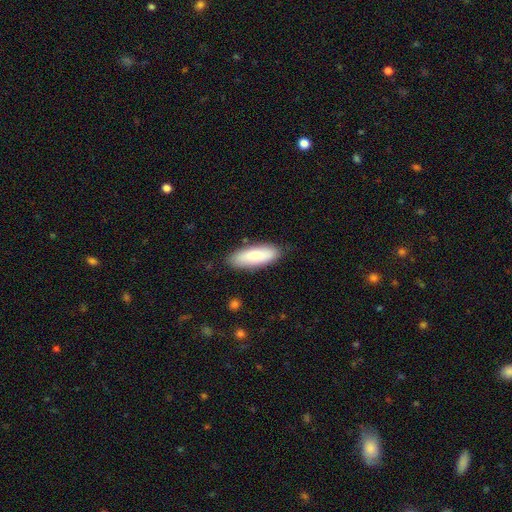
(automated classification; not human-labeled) smooth_or_featured: smooth (p=0.78) [alt: featured or disk p=0.16]
how_rounded: in between (p=0.65) [alt: cigar-shaped p=0.33]
merging: none (p=0.84) [alt: minor disturbance p=0.12]